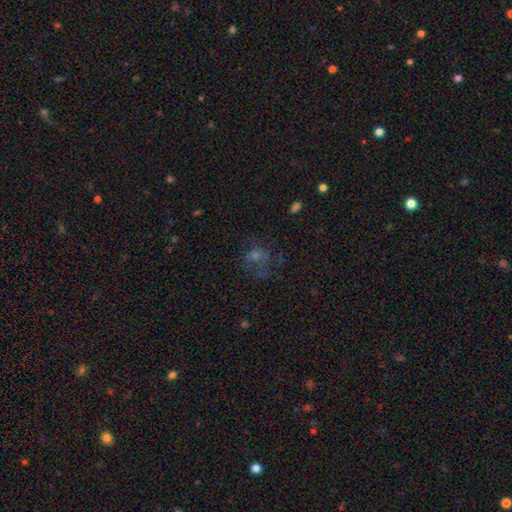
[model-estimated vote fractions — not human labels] Overall: featured or disk (40%; smooth 34%). Merging: none (53%; major disturbance 25%).